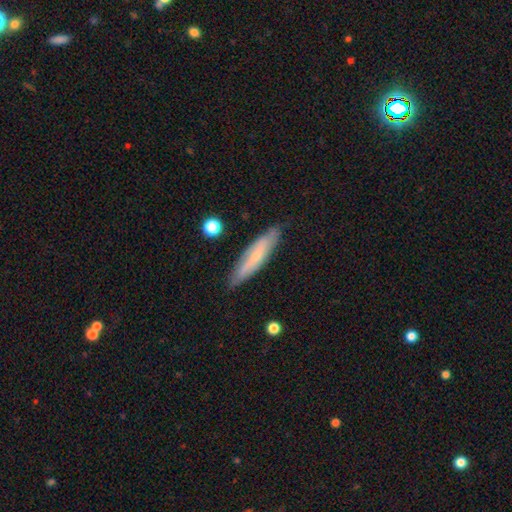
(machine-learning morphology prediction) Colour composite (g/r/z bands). It shows a smooth galaxy with no disk features (47%). Merging: none (83%).